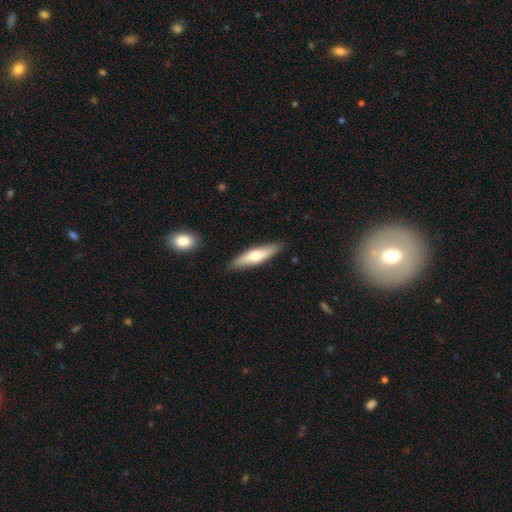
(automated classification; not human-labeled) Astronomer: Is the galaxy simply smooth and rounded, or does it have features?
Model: smooth — 56% (runner-up: featured or disk, 39%).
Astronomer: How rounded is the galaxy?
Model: cigar-shaped — 70%.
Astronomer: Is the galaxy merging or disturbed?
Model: none — 88%.